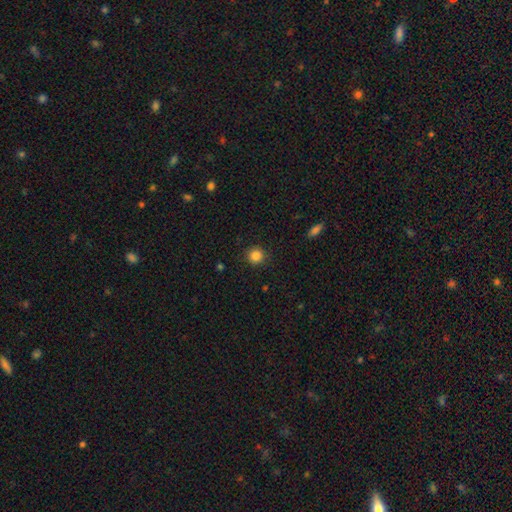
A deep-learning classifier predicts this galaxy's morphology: A smooth galaxy with no disk features (85%) that is round (93%). Merging: none (91%).